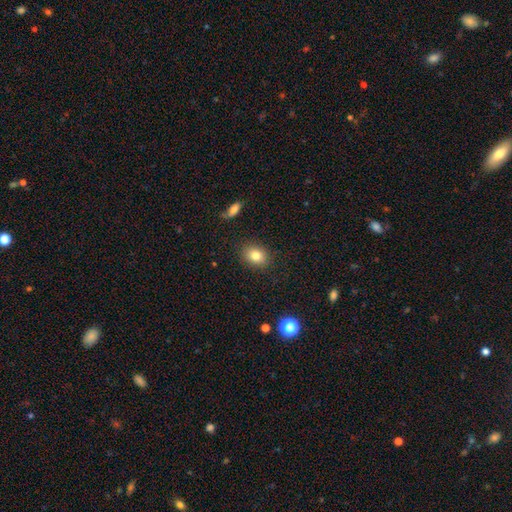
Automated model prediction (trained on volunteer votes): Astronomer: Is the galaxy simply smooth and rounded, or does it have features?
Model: smooth — 82%.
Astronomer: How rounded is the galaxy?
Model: in between — 53% (runner-up: round, 46%).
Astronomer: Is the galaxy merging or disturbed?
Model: none — 87%.